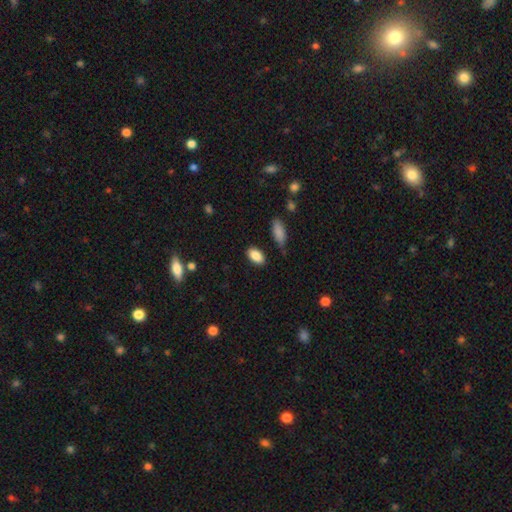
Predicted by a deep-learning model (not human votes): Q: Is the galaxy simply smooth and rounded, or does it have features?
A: smooth — 87%.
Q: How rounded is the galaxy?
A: in between — 92%.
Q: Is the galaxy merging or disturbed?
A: none — 85%.